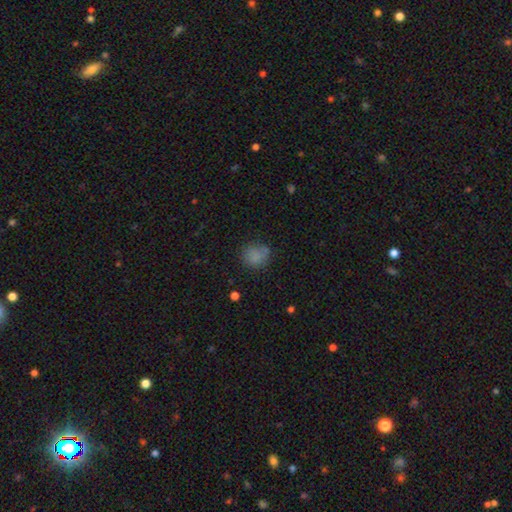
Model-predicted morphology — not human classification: Smooth or featured: smooth — 81% (star or artifact — 12%)
How rounded: round — 74% (in between — 25%)
Merging: none — 69% (minor disturbance — 20%)